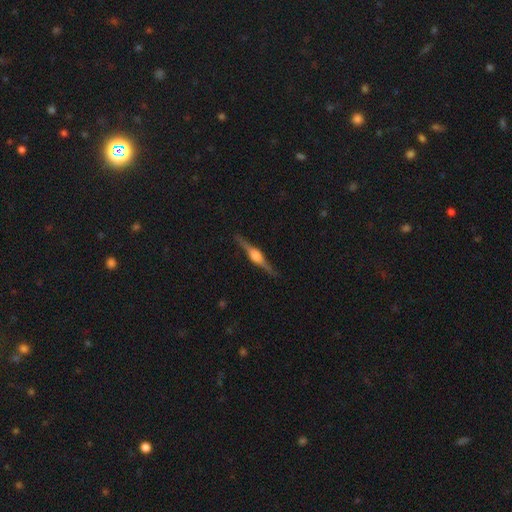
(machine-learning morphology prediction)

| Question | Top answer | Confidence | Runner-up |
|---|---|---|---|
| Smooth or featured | featured or disk | 83% | smooth (11%) |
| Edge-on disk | yes | 98% | no (2%) |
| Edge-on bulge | rounded | 89% | boxy (9%) |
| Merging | none | 89% | minor disturbance (8%) |